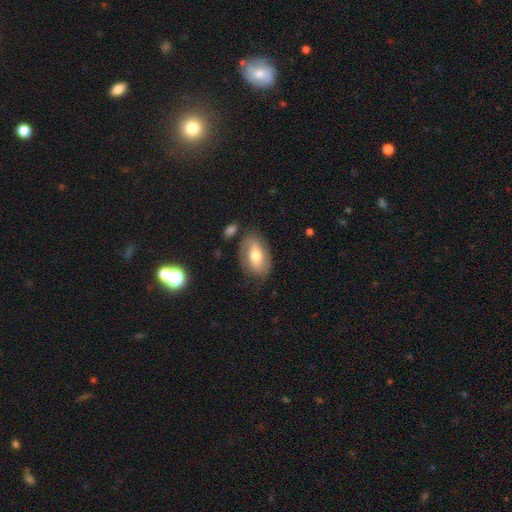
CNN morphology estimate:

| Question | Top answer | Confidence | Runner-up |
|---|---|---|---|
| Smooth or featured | smooth | 50% | featured or disk (43%) |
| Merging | none | 72% | minor disturbance (18%) |